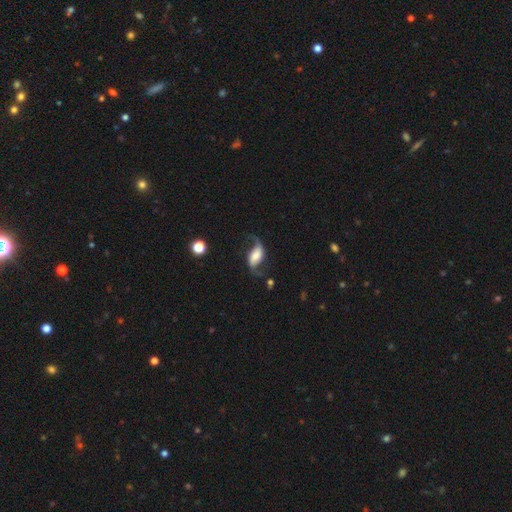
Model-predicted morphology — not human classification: This is likely a featured or disk galaxy (75%). It is clearly not viewed edge-on (95%). Bar: marginally weak (37%). Spiral arm pattern: clearly yes (94%). Spiral arm count: clearly 2 (90%). Spiral winding: clearly loose (84%). Central bulge: marginally large (30%). Merging: likely none (64%).